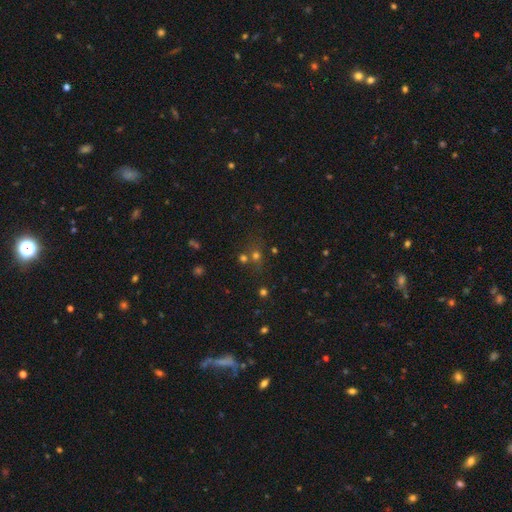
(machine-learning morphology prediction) Smooth or featured? smooth (50%)
Merging? none (59%)